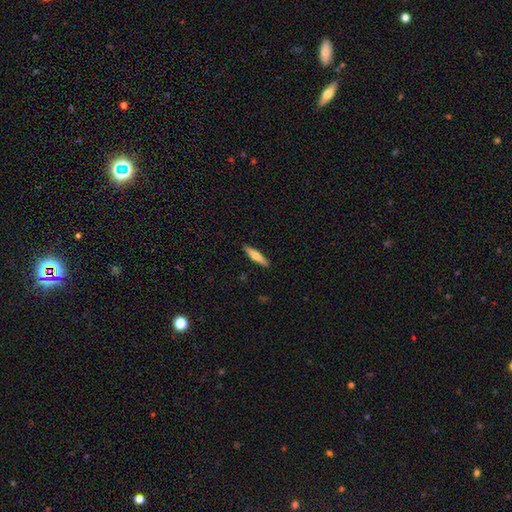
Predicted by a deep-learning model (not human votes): Morphology: type=smooth (58%); roundness=cigar-shaped (85%); merging=none (90%).